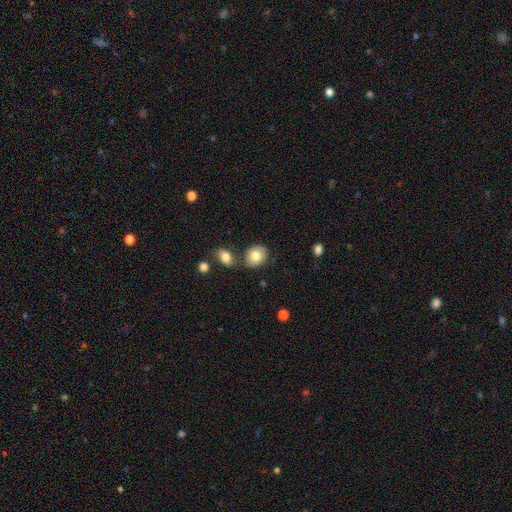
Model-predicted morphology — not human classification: Overall: smooth (80%). How rounded: round (50%; in between 49%). Merging: none (70%).